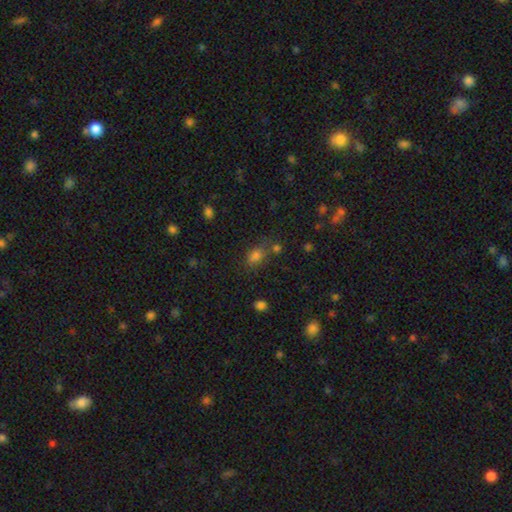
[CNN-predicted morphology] smooth 73%, star or artifact 19%, featured or disk 8%. Down the decision tree: how rounded — in between (73%); merging — none (58%).